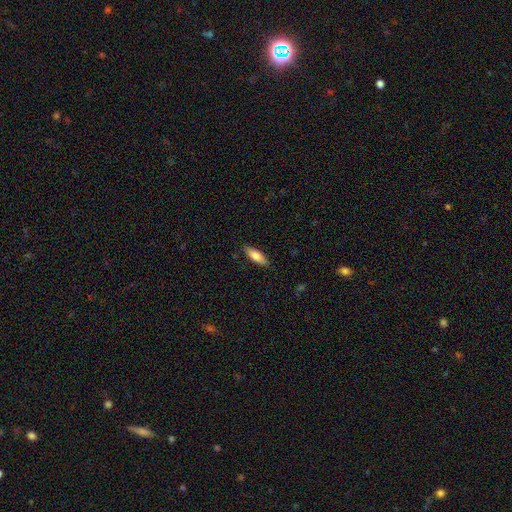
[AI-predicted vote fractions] Smooth or featured? smooth (77%)
How rounded? in between (59%)
Merging? none (88%)